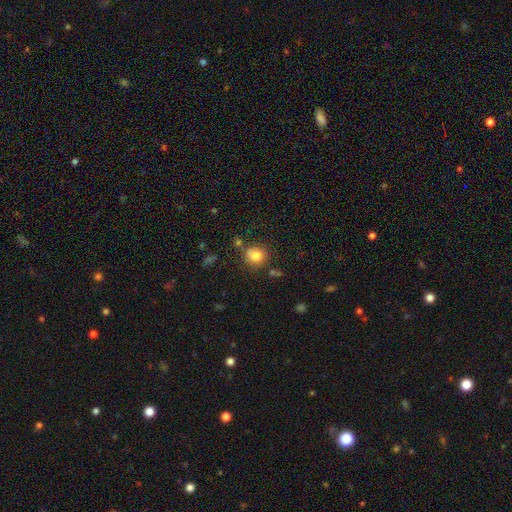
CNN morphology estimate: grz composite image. It shows a smooth galaxy with no disk features (81%) that is round (85%). Merging: none (74%).